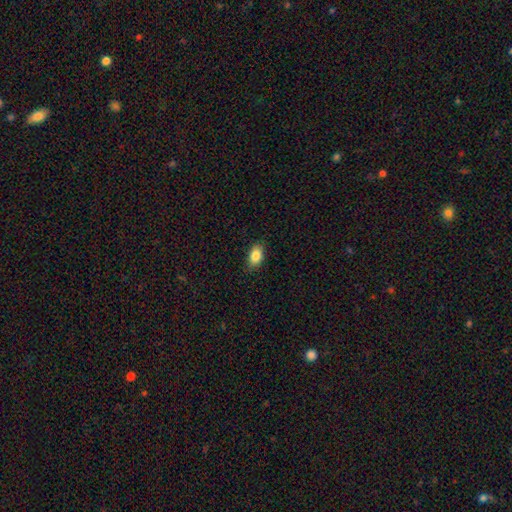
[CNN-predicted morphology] smooth 86%, star or artifact 8%, featured or disk 6%. Down the decision tree: how rounded — in between (89%); merging — none (85%).